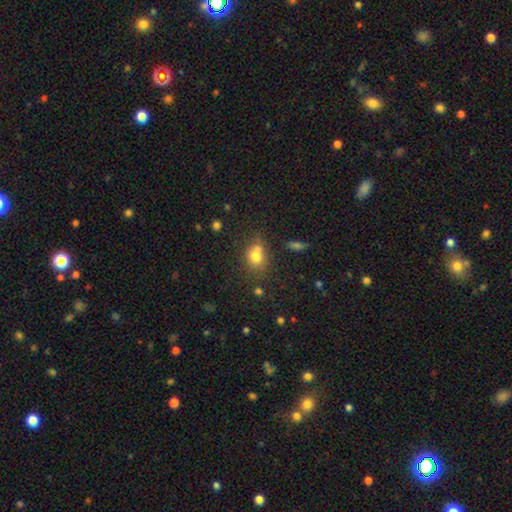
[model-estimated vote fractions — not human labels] Q: Smooth or featured?
A: smooth (74%); runner-up: star or artifact (14%)
Q: How rounded?
A: round (51%); runner-up: in between (47%)
Q: Merging?
A: none (50%); runner-up: merger (25%)